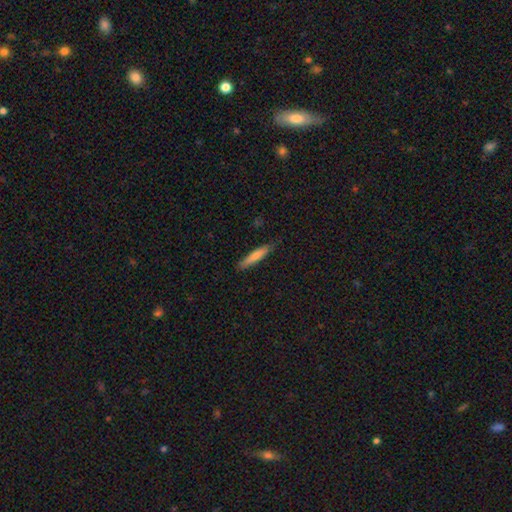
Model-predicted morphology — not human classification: This is likely a smooth galaxy (75%). How rounded: clearly cigar-shaped (89%). Merging: clearly none (85%).